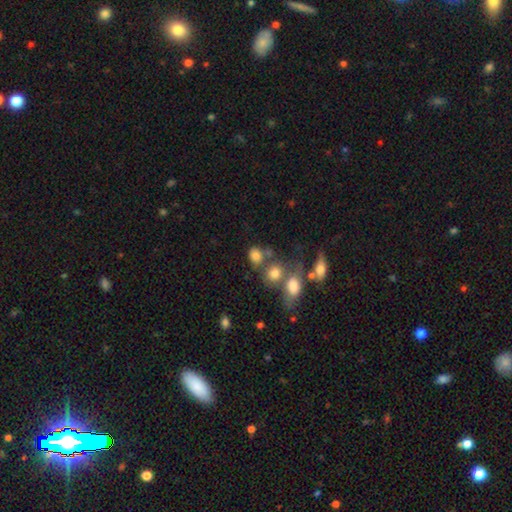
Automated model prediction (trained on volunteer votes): Smooth or featured: smooth — 78% (star or artifact — 12%)
How rounded: round — 53% (in between — 45%)
Merging: none — 48% (merger — 30%)